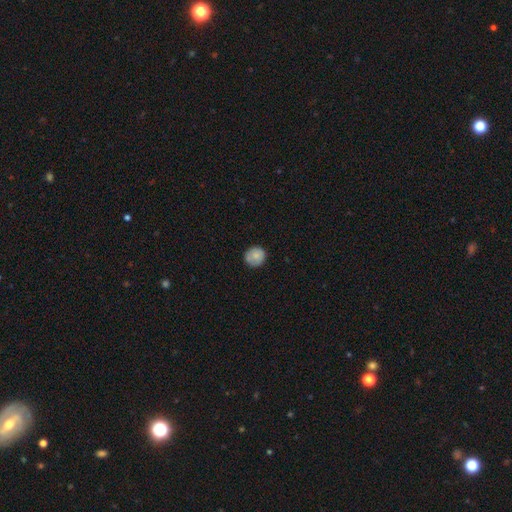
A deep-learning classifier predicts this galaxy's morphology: Smooth or featured: smooth — 78% (featured or disk — 15%)
How rounded: round — 90% (in between — 9%)
Merging: none — 84% (minor disturbance — 13%)